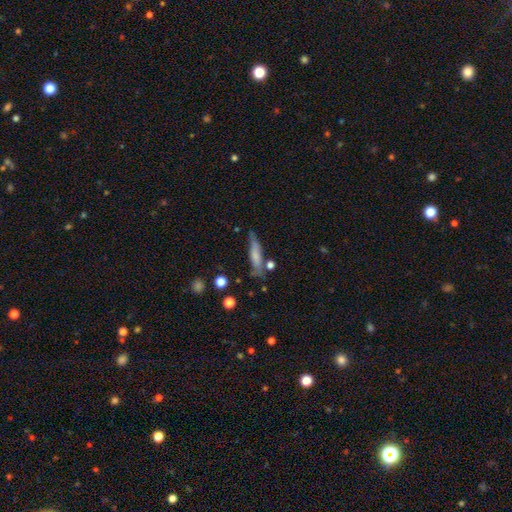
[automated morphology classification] Smooth or featured? smooth (63%)
How rounded? cigar-shaped (79%)
Merging? none (62%)